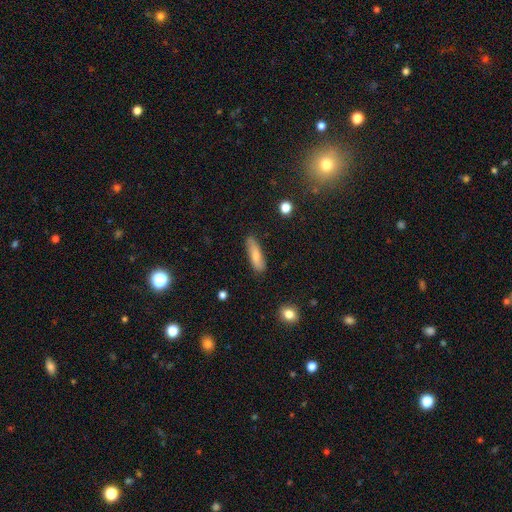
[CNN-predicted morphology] type=smooth (77%); roundness=cigar-shaped (61%); merging=none (80%).